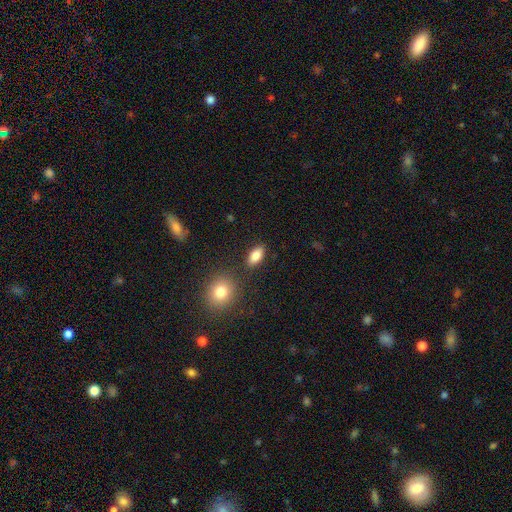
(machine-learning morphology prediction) Smooth or featured? smooth (83%)
How rounded? in between (88%)
Merging? none (85%)